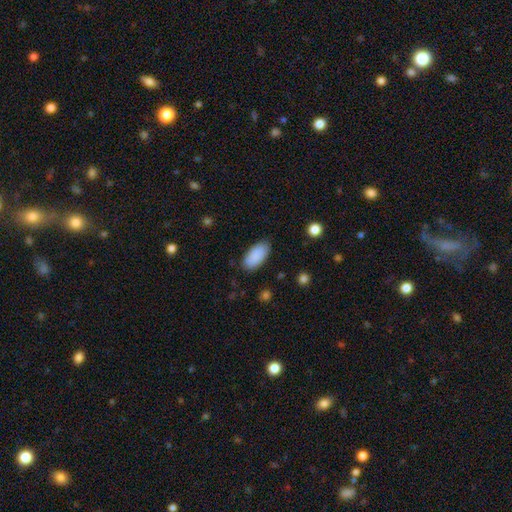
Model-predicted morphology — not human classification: A smooth galaxy with no disk features (89%) that is in between round and cigar-shaped (94%). Merging: none (83%).